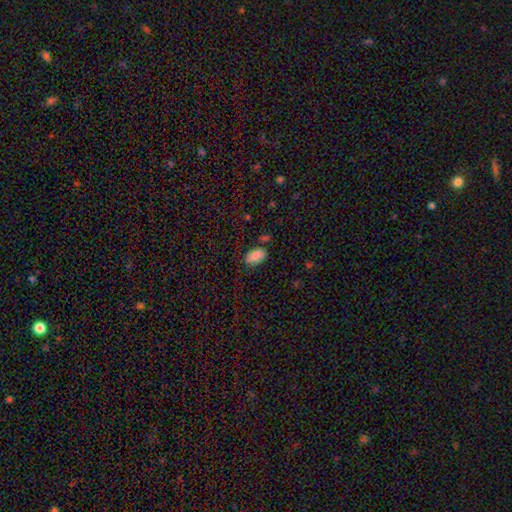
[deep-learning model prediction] A smooth galaxy with no disk features (83%) that is in between round and cigar-shaped (93%). Merging: none (77%).